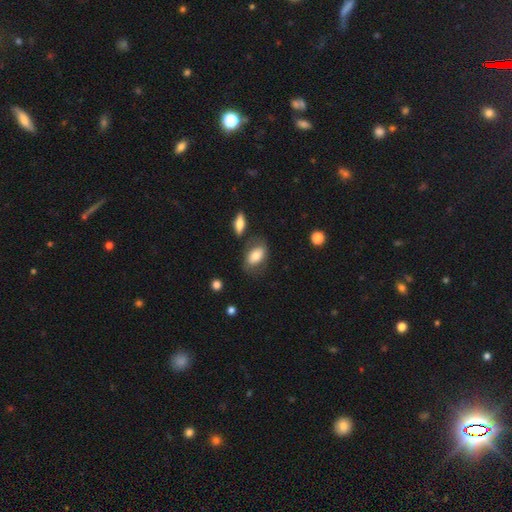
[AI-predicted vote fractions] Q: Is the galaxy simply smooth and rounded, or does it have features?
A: smooth — 69%.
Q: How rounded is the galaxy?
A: in between — 88%.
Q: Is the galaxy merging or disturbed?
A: none — 63%.